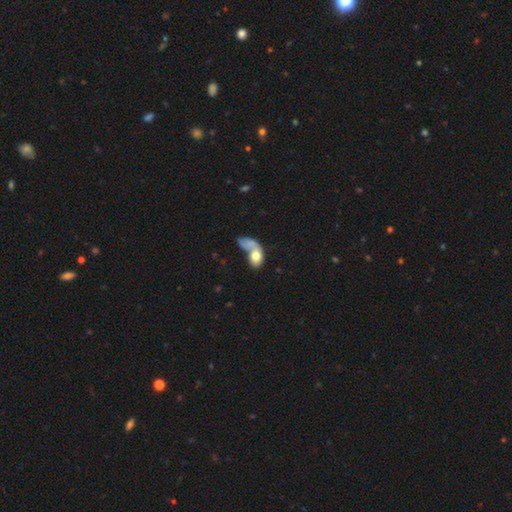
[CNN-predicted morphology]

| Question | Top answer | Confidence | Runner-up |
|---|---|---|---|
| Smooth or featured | smooth | 67% | featured or disk (25%) |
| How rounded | in between | 81% | round (15%) |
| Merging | merger | 52% | major disturbance (20%) |